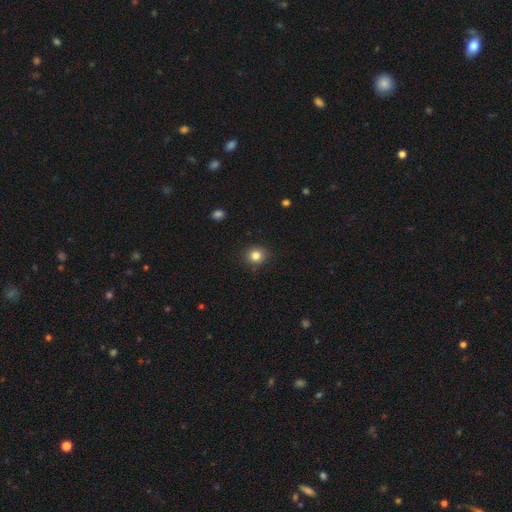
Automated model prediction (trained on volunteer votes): Overall: smooth (83%). How rounded: round (86%). Merging: none (90%).